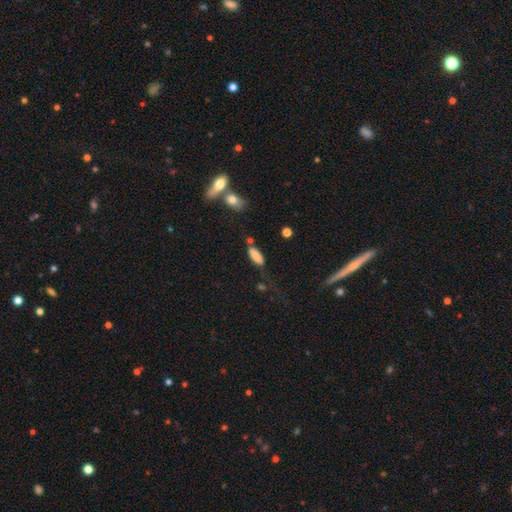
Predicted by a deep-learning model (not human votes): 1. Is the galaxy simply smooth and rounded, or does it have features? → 82% smooth, 10% featured or disk, 7% star or artifact.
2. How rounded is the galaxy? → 74% in between, 24% cigar-shaped, 2% round.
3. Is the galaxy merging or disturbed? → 64% none, 20% minor disturbance, 9% merger, 7% major disturbance.